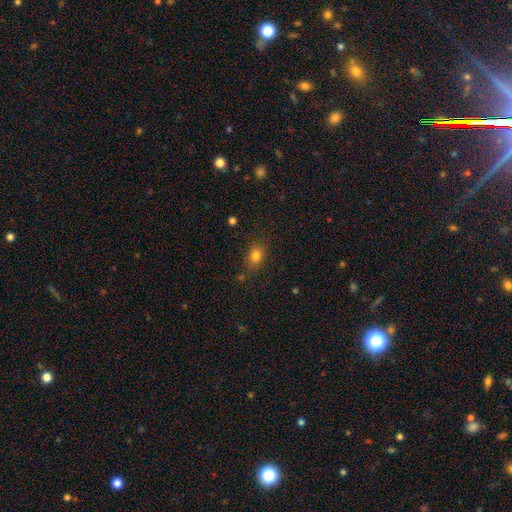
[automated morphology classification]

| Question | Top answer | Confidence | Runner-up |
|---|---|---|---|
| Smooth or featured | smooth | 80% | star or artifact (13%) |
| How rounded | in between | 56% | round (42%) |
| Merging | none | 82% | minor disturbance (13%) |